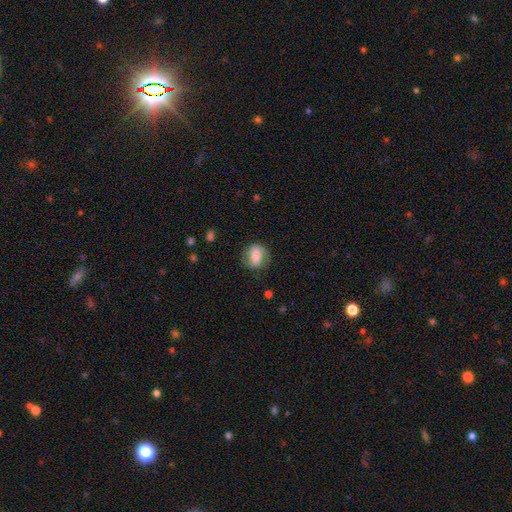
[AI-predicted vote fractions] This is likely a smooth galaxy (64%). How rounded: possibly in between (51%). Merging: likely none (72%).